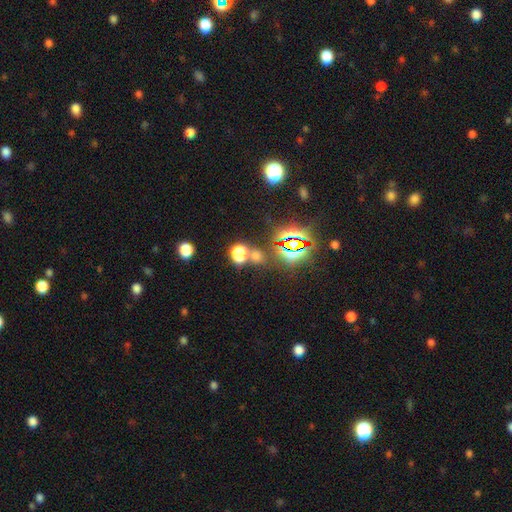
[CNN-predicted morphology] type=smooth (49%); merging=none (65%).